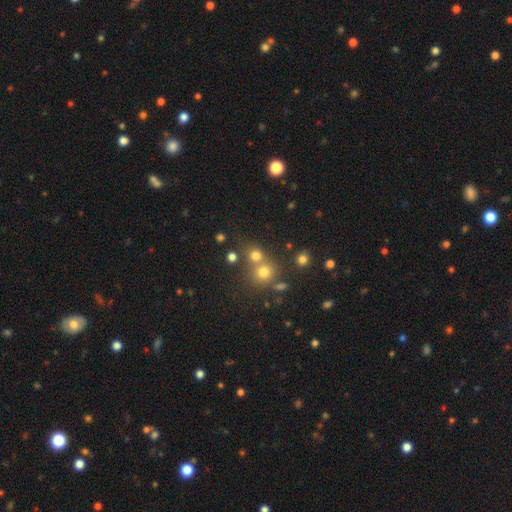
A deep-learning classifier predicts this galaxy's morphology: This appears to be a smooth galaxy with no disk features (72%) that is round (84%). Merging: none (53%).